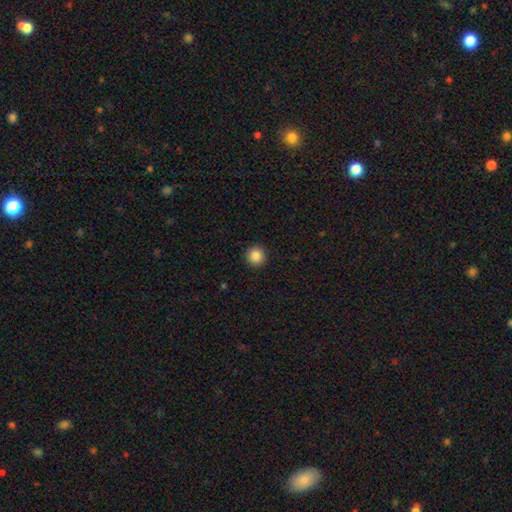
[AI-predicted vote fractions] smooth-or-featured: smooth: 86% | star or artifact: 10% | featured or disk: 5%
  how-rounded: round: 95% | in between: 4% | cigar-shaped: 1%
  merging: none: 93% | minor disturbance: 5% | major disturbance: 2% | merger: 1%